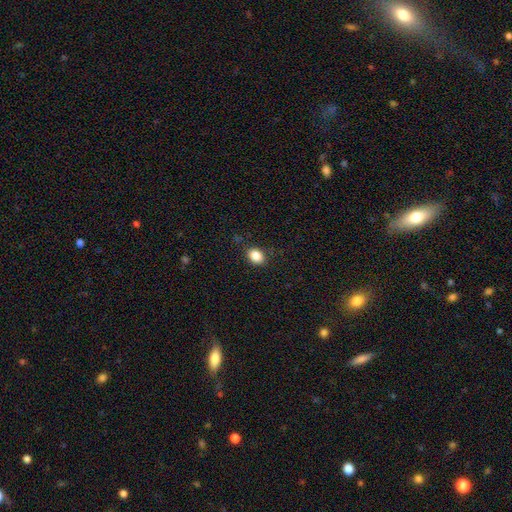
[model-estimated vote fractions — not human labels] Overall: smooth (86%). How rounded: in between (68%; round 31%). Merging: none (83%).